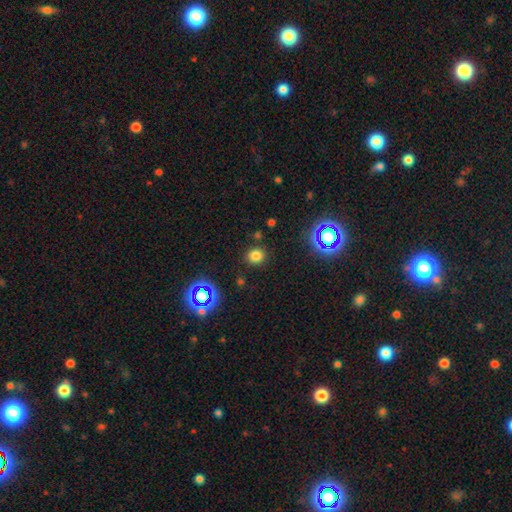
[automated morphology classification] smooth-or-featured: smooth: 75% | star or artifact: 19% | featured or disk: 6%
  how-rounded: round: 83% | in between: 16% | cigar-shaped: 1%
  merging: none: 86% | minor disturbance: 8% | merger: 3% | major disturbance: 3%